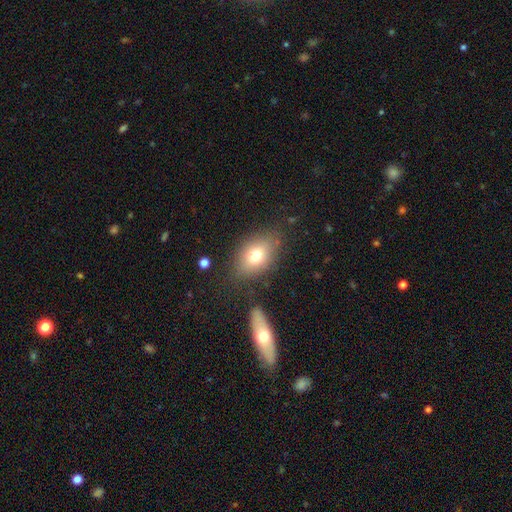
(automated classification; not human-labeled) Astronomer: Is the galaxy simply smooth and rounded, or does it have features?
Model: smooth — 74%.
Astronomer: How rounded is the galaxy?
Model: in between — 81%.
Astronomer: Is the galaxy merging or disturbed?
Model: none — 76%.